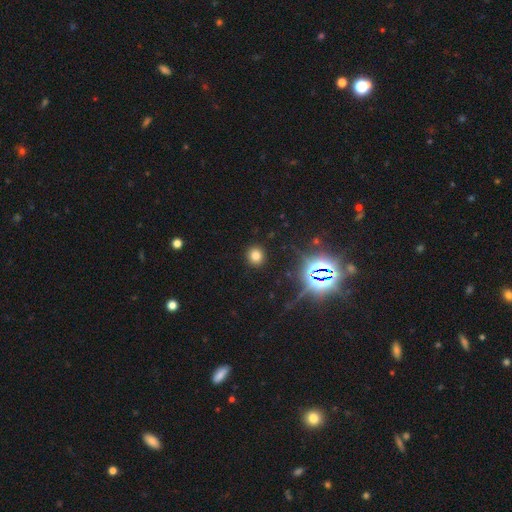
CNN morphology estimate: Smooth or featured? smooth (72%)
How rounded? round (87%)
Merging? none (90%)